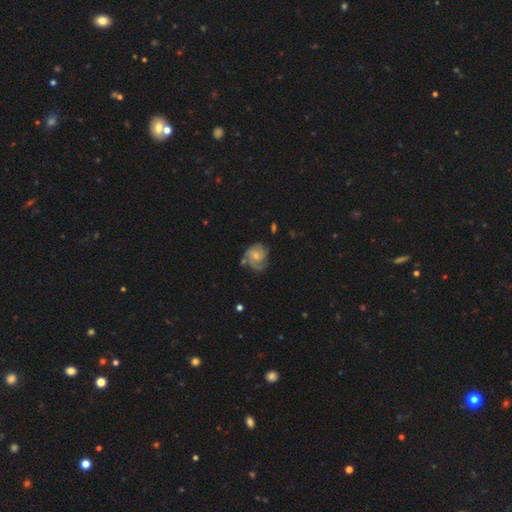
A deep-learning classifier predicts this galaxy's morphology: This appears to be a featured or disk galaxy (77%) with no bar (69%), 3 (36%) tight (56%) spiral arms (94%) and a small central bulge (48%). Merging: none (61%).